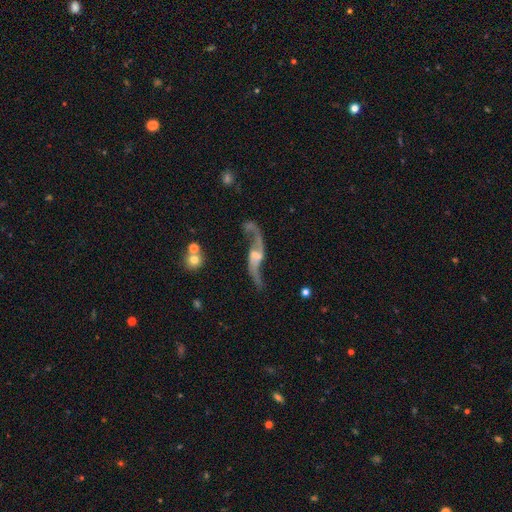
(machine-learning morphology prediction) Smooth or featured?
  - featured or disk: 89% *
  - star or artifact: 6%
  - smooth: 6%
Edge-on disk?
  - no: 89% *
  - yes: 11%
Bar?
  - weak: 45% *
  - no: 39%
  - strong: 17%
Spiral arms?
  - yes: 95% *
  - no: 5%
Spiral winding?
  - loose: 91% *
  - medium: 7%
  - tight: 2%
Spiral arm count?
  - 2: 93% *
  - 1: 2%
  - can't tell: 2%
  - 3: 1%
  - 4: 1%
  - more than 4: 1%
Bulge size?
  - small: 43% *
  - moderate: 33%
  - none: 17%
  - large: 5%
  - dominant: 2%
Merging?
  - none: 63% *
  - minor disturbance: 17%
  - major disturbance: 13%
  - merger: 7%